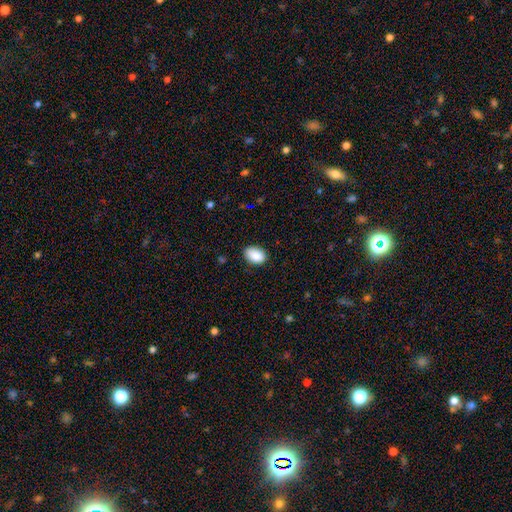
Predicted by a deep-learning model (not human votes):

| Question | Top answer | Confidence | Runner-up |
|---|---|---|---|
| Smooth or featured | smooth | 88% | star or artifact (7%) |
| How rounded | in between | 85% | round (14%) |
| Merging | none | 82% | minor disturbance (15%) |